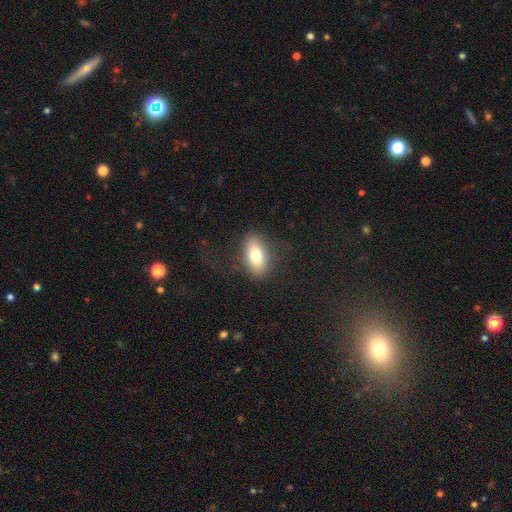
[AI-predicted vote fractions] Smooth or featured?
  - smooth: 74% *
  - featured or disk: 17%
  - star or artifact: 9%
How rounded?
  - in between: 87% *
  - round: 9%
  - cigar-shaped: 4%
Merging?
  - none: 78% *
  - minor disturbance: 13%
  - major disturbance: 8%
  - merger: 1%